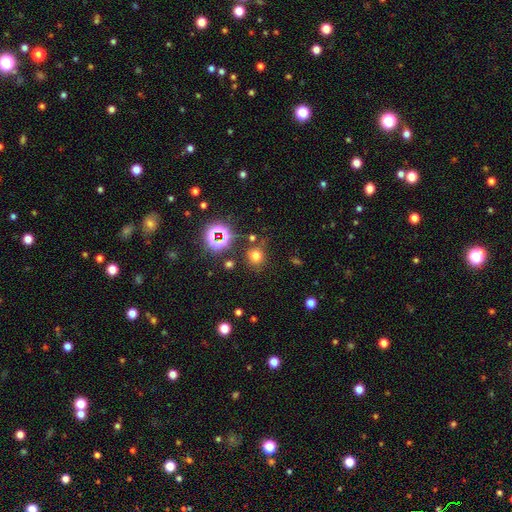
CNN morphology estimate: Smooth or featured: smooth — 65% (star or artifact — 27%)
How rounded: round — 85% (in between — 14%)
Merging: none — 77% (minor disturbance — 11%)